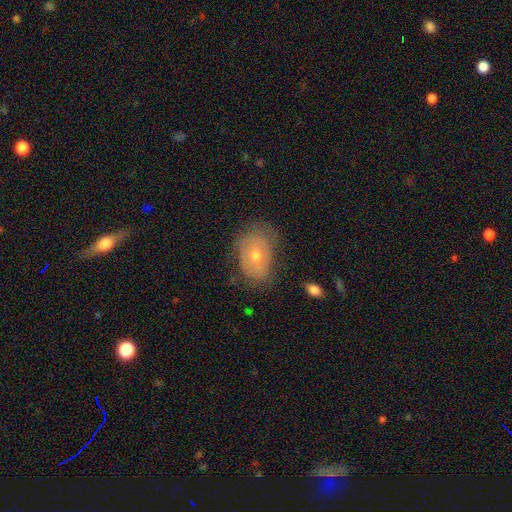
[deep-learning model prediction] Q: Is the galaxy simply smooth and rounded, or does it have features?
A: smooth — 47%.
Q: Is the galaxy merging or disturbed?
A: none — 63%.